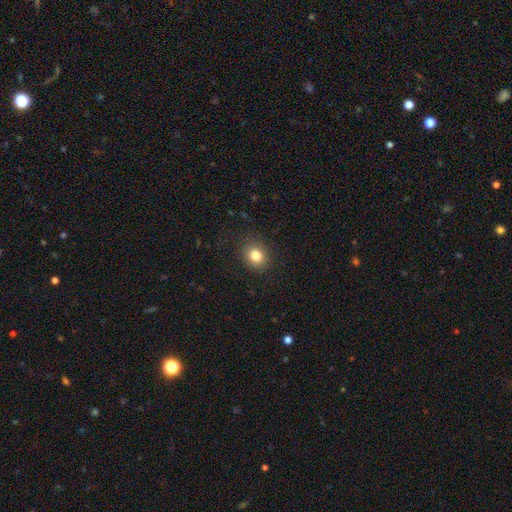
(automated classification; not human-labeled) This is clearly a smooth galaxy (82%). How rounded: likely round (67%). Merging: clearly none (88%).